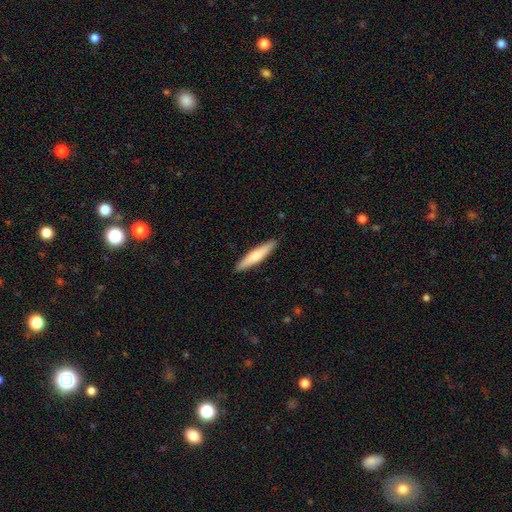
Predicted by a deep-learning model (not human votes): Smooth or featured? smooth (62%)
How rounded? cigar-shaped (88%)
Merging? none (90%)